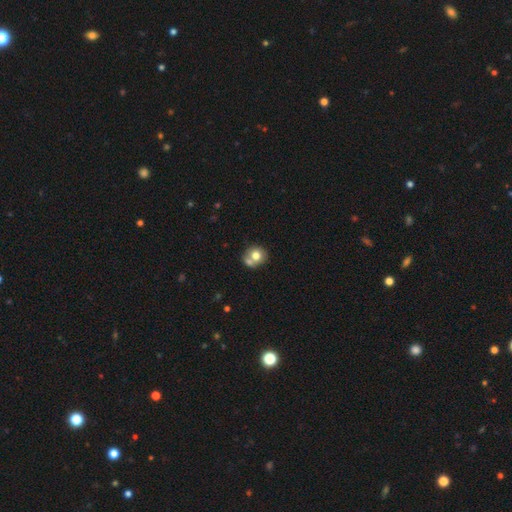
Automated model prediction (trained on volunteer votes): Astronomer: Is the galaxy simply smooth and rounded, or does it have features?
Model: smooth — 72%.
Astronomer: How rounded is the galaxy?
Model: round — 79%.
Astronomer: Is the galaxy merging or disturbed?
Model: none — 46% (runner-up: merger, 39%).